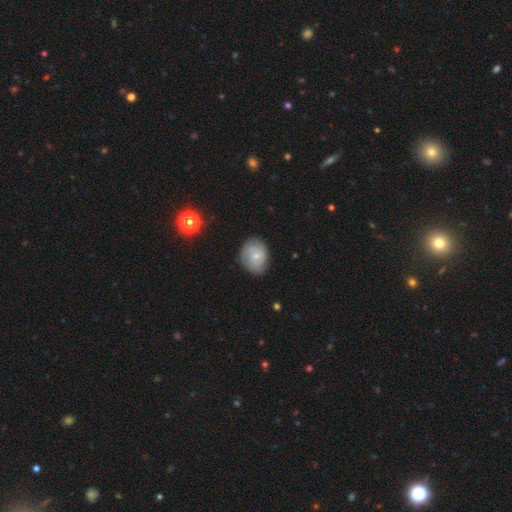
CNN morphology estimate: type=smooth (56%); roundness=round (50%); merging=none (71%).